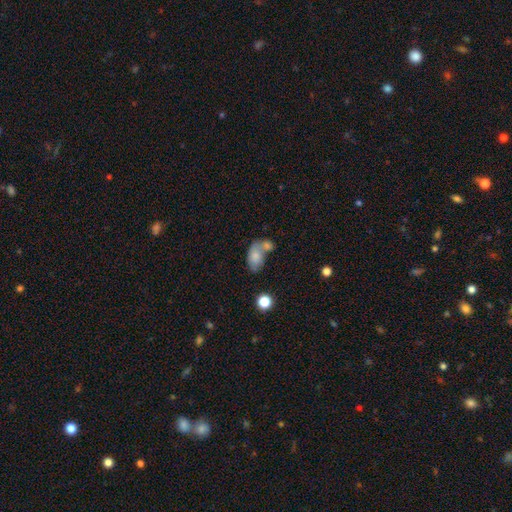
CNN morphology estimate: smooth-or-featured: smooth: 74% | featured or disk: 18% | star or artifact: 8%
  how-rounded: in between: 88% | round: 10% | cigar-shaped: 2%
  merging: merger: 50% | none: 27% | minor disturbance: 14% | major disturbance: 9%